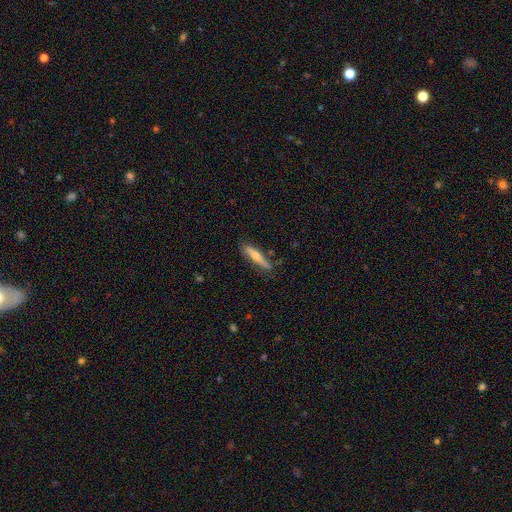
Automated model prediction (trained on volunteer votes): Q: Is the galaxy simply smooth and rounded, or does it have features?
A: featured or disk — 51%.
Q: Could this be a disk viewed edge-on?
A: yes — 91%.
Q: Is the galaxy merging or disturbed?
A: none — 79%.